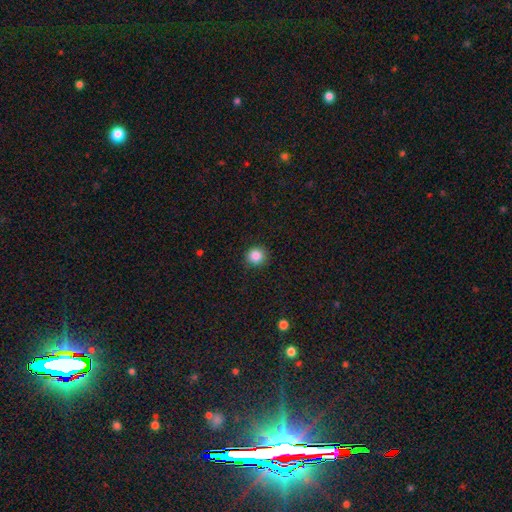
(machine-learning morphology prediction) Smooth or featured? Predicted: smooth (p=0.86). How rounded? Predicted: round (p=0.91). Merging? Predicted: none (p=0.90).